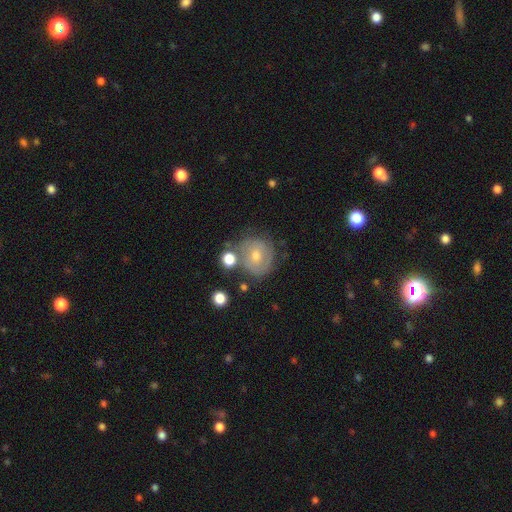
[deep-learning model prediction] Smooth or featured? Predicted: featured or disk (p=0.50). Edge-on disk? Predicted: no (p=0.96). Merging? Predicted: none (p=0.67).